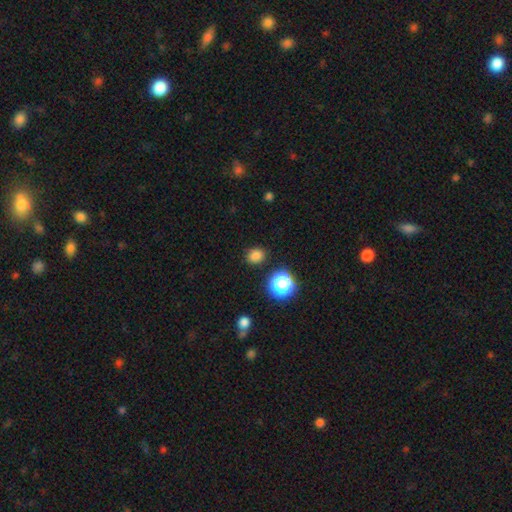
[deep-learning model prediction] Smooth or featured: smooth — 80% (star or artifact — 16%)
How rounded: round — 58% (in between — 41%)
Merging: none — 86% (minor disturbance — 9%)